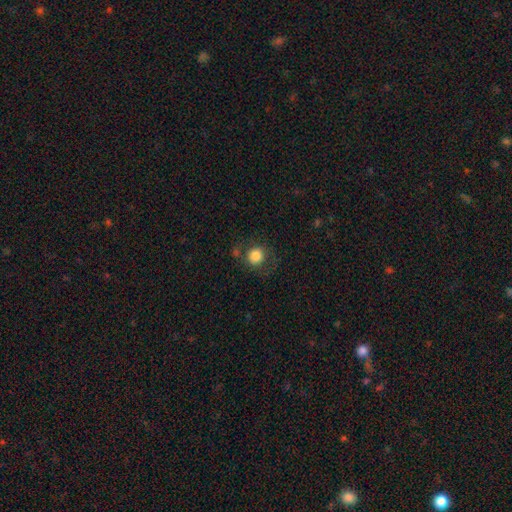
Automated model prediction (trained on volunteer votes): smooth 80%, featured or disk 11%, star or artifact 9%. Down the decision tree: how rounded — round (86%); merging — none (72%).